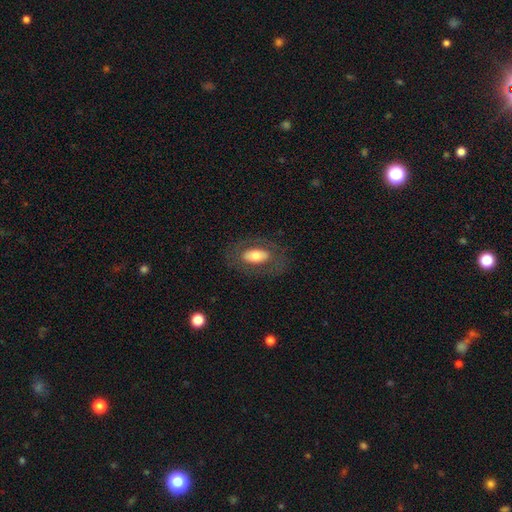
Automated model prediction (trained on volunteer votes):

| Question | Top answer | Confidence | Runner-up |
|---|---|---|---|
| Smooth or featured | smooth | 59% | featured or disk (35%) |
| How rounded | in between | 91% | round (6%) |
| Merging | none | 76% | minor disturbance (13%) |